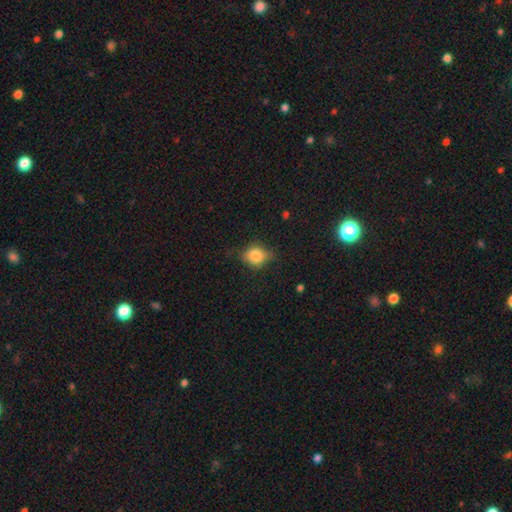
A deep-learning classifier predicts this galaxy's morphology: Smooth or featured? Predicted: smooth (p=0.78). How rounded? Predicted: round (p=0.67). Merging? Predicted: none (p=0.67).